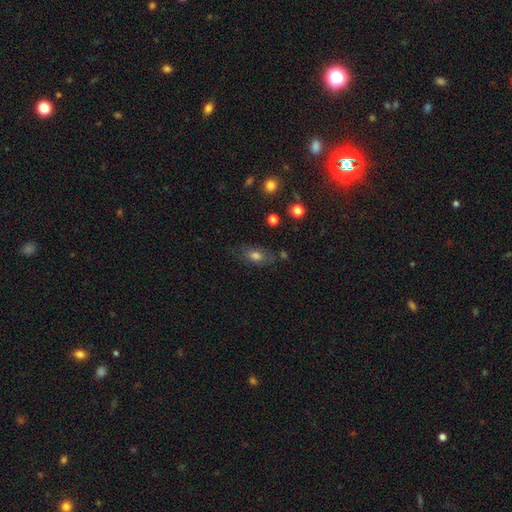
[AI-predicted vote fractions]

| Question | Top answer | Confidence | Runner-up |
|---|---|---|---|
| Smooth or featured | smooth | 68% | featured or disk (20%) |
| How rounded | in between | 80% | round (11%) |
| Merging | none | 70% | minor disturbance (19%) |